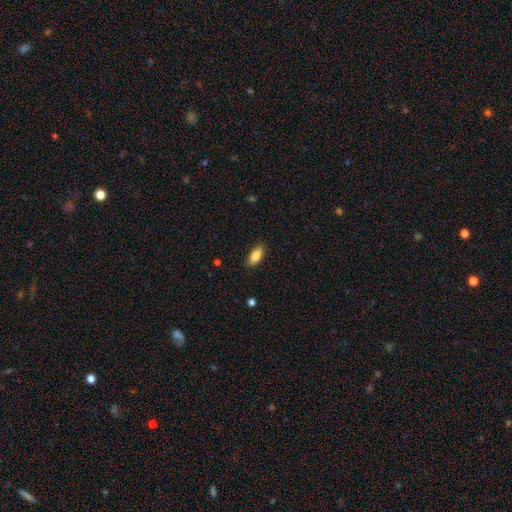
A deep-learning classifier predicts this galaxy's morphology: smooth_or_featured: smooth (p=0.86) [alt: featured or disk p=0.07]
how_rounded: in between (p=0.86) [alt: cigar-shaped p=0.12]
merging: none (p=0.88) [alt: minor disturbance p=0.09]